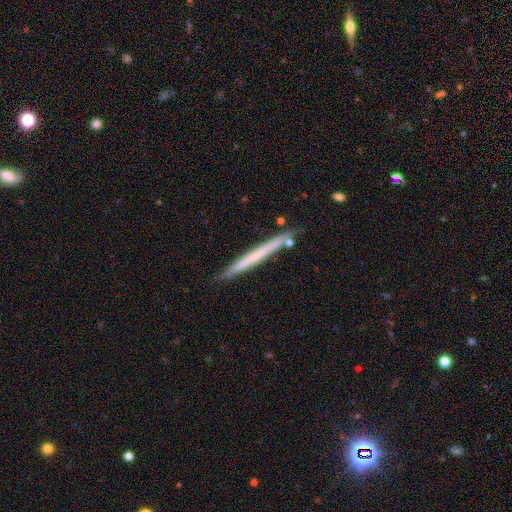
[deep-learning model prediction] smooth_or_featured: smooth (p=0.50) [alt: featured or disk p=0.44]
how_rounded: cigar-shaped (p=0.97) [alt: in between p=0.02]
merging: none (p=0.84) [alt: minor disturbance p=0.11]